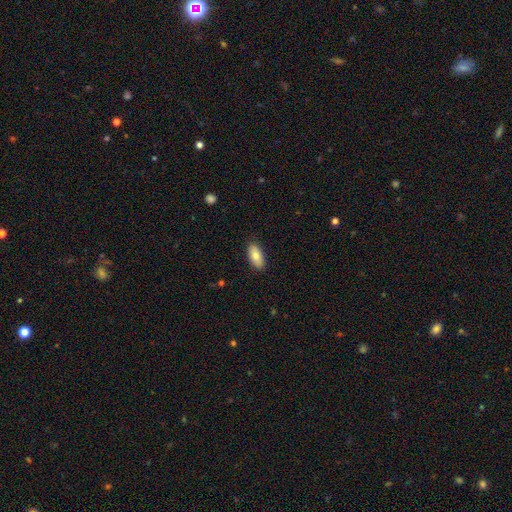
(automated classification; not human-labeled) Overall: smooth (78%). How rounded: in between (90%). Merging: none (88%).